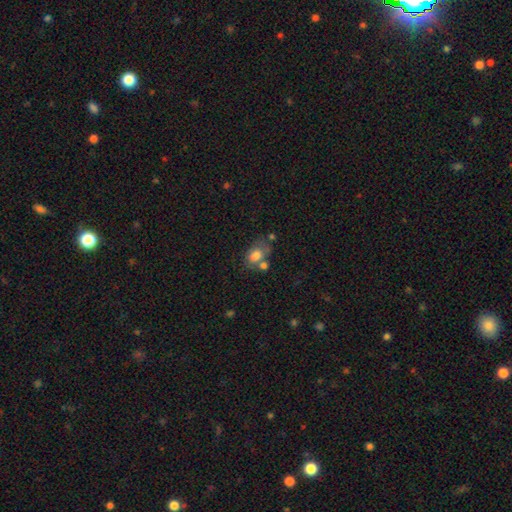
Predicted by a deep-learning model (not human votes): Morphology: type=smooth (71%); roundness=in between (79%); merging=none (38%).